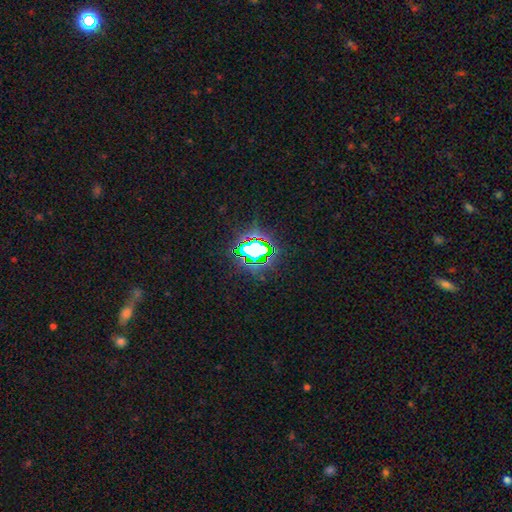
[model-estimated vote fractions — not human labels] Smooth or featured? Predicted: star or artifact (p=0.72).